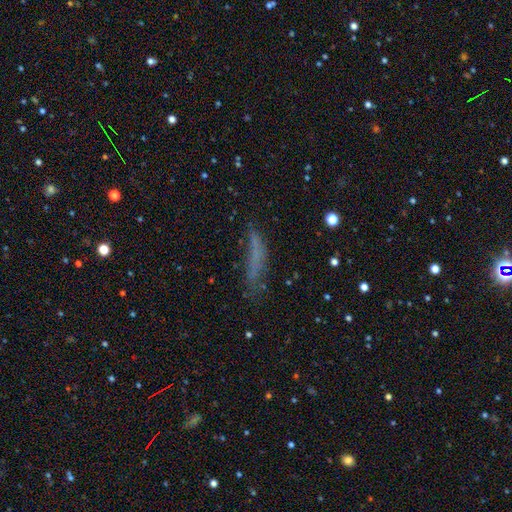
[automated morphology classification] smooth-or-featured: smooth: 58% | featured or disk: 24% | star or artifact: 17%
  how-rounded: cigar-shaped: 79% | in between: 18% | round: 2%
  merging: none: 52% | minor disturbance: 26% | major disturbance: 18% | merger: 4%